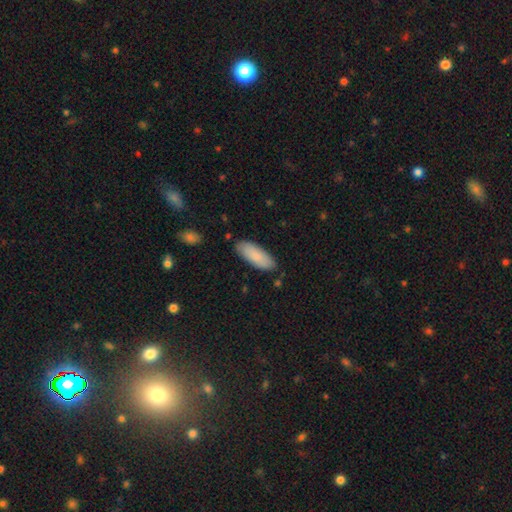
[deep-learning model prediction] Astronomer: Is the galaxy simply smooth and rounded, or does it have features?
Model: smooth — 87%.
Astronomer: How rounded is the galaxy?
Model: in between — 73%.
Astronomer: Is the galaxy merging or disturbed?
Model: none — 83%.